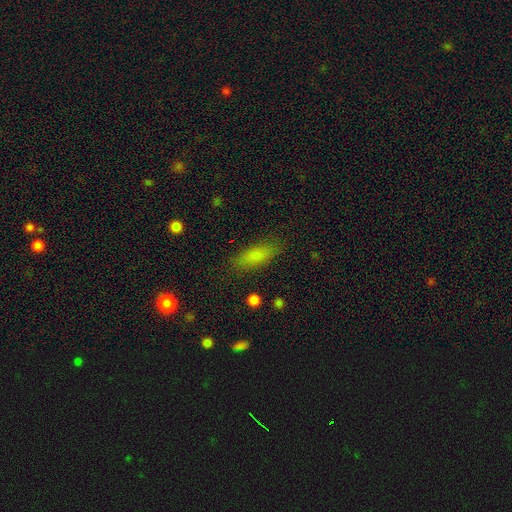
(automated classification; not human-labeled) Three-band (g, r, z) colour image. It shows a smooth galaxy with no disk features (81%) that is in between round and cigar-shaped (68%). Merging: none (83%).